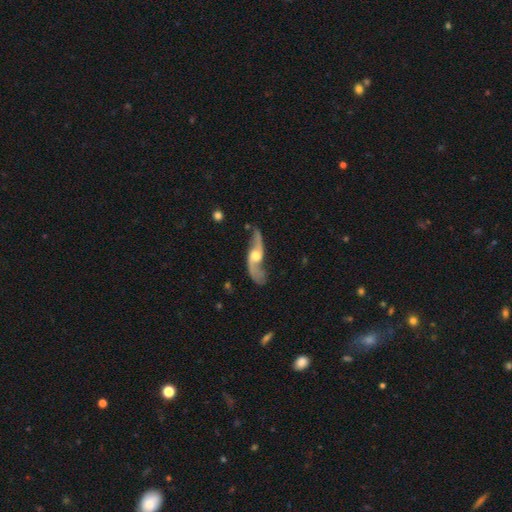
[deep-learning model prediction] A featured or disk galaxy (86%) with no bar (58%), 2 (92%) loose (81%) spiral arms (95%) and a moderate central bulge (66%). Merging: none (66%).